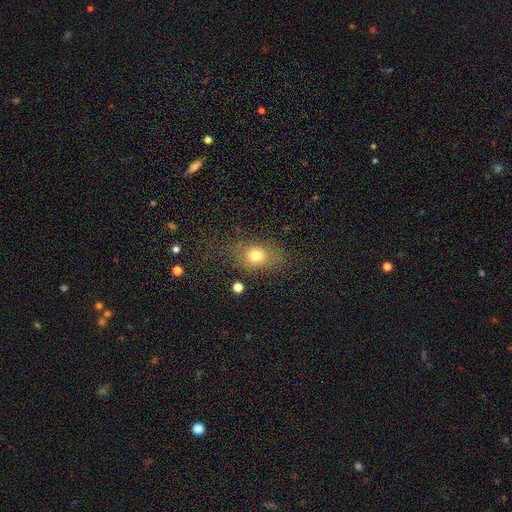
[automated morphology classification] Overall: smooth (75%). How rounded: in between (55%; round 43%). Merging: none (65%).